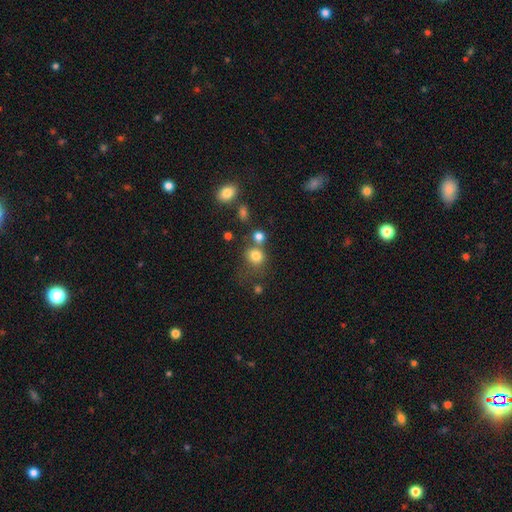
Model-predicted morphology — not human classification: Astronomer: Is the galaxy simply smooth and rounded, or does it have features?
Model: smooth — 79%.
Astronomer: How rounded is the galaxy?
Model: round — 74%.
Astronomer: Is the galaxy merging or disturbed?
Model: none — 53%.